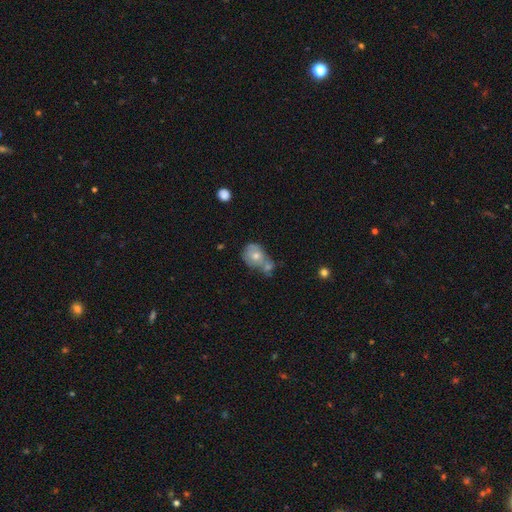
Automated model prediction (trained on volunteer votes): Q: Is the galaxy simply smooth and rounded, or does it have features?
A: smooth — 51%.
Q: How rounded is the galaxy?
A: round — 54%.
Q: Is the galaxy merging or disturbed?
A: merger — 44%.